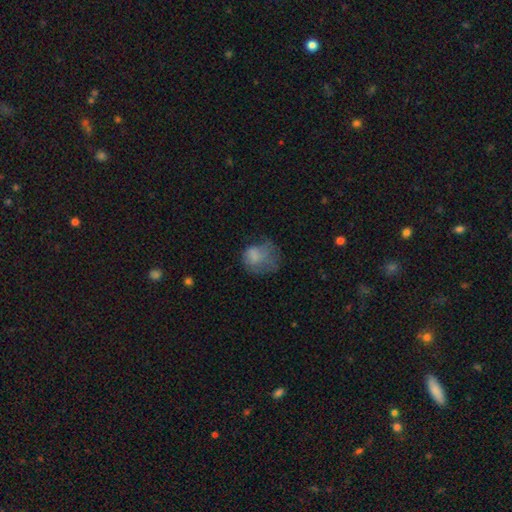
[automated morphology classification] Smooth or featured? smooth (68%)
How rounded? round (55%)
Merging? major disturbance (42%)